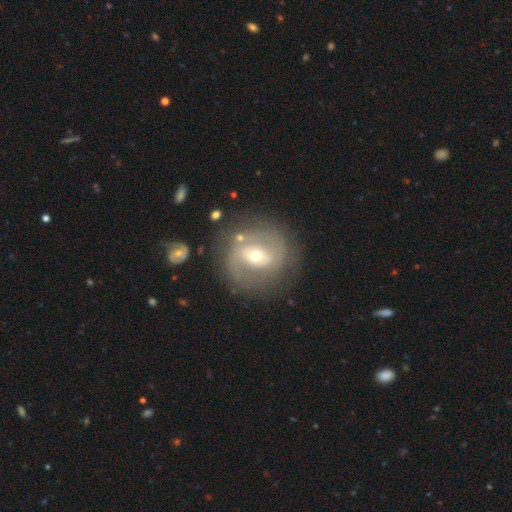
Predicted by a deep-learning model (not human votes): Overall: featured or disk (72%). Edge-on disk: no (96%). Bar: weak (42%; no 32%). Spiral arms: yes (67%; no 33%). Bulge size: moderate (56%; small 38%). Merging: none (72%).